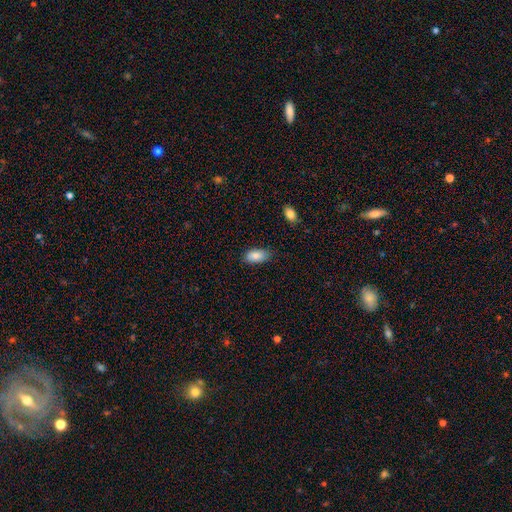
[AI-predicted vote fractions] Smooth or featured?
  - smooth: 86% *
  - star or artifact: 7%
  - featured or disk: 7%
How rounded?
  - in between: 93% *
  - cigar-shaped: 4%
  - round: 3%
Merging?
  - none: 76% *
  - minor disturbance: 19%
  - major disturbance: 3%
  - merger: 2%